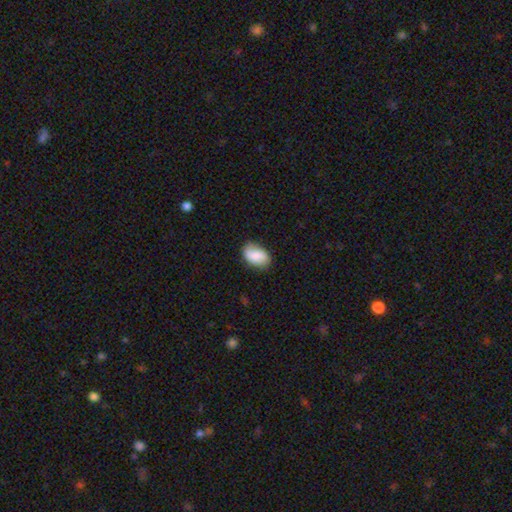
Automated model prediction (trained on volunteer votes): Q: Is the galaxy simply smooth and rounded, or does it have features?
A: smooth — 81%.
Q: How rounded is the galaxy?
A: in between — 88%.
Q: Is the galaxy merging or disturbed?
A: none — 76%.